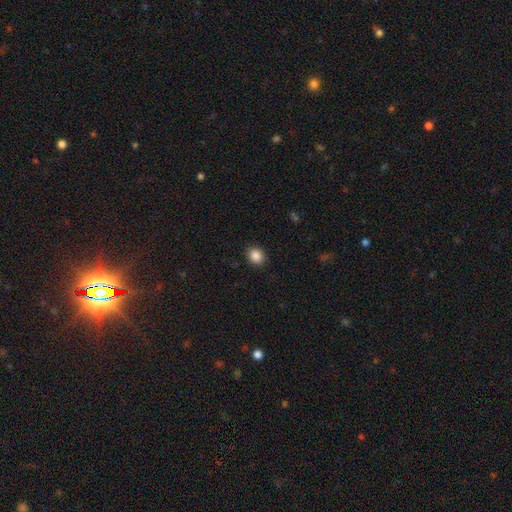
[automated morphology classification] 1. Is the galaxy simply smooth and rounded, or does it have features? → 87% smooth, 9% star or artifact, 3% featured or disk.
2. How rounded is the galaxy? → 64% round, 35% in between, 1% cigar-shaped.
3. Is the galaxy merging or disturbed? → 89% none, 8% minor disturbance, 2% major disturbance, 1% merger.